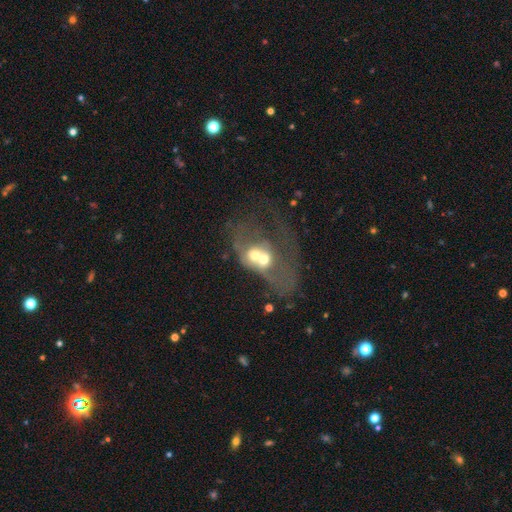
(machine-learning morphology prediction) featured or disk 54%, smooth 35%, star or artifact 11%. Down the decision tree: edge-on disk — no (95%); bar — no (84%); spiral arms — no (70%); bulge size — moderate (60%); merging — merger (74%).